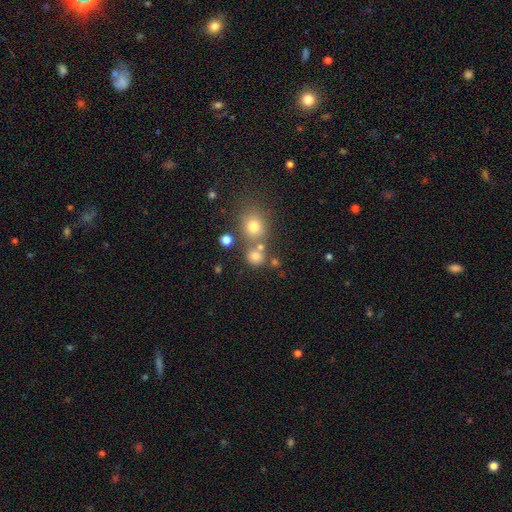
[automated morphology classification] A smooth galaxy with no disk features (74%) that is round (83%). Merging: none (62%).